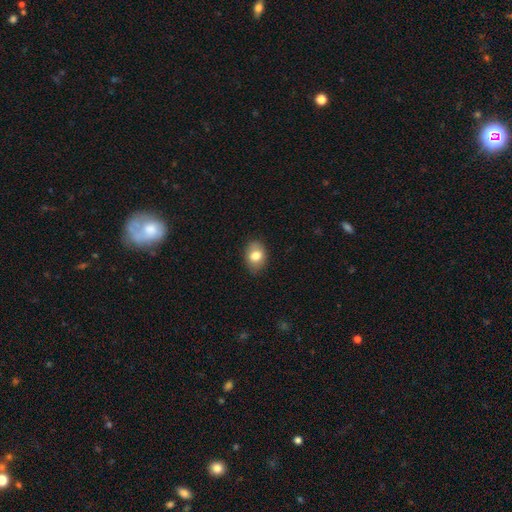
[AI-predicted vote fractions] smooth-or-featured: smooth: 79% | featured or disk: 13% | star or artifact: 8%
  how-rounded: in between: 71% | round: 28% | cigar-shaped: 1%
  merging: none: 82% | minor disturbance: 14% | major disturbance: 3% | merger: 1%